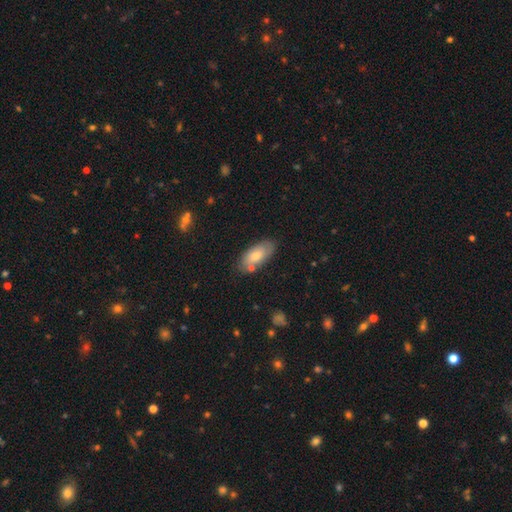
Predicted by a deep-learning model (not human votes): Smooth or featured?
  - smooth: 75% *
  - featured or disk: 19%
  - star or artifact: 6%
How rounded?
  - in between: 88% *
  - cigar-shaped: 9%
  - round: 3%
Merging?
  - none: 74% *
  - minor disturbance: 16%
  - merger: 6%
  - major disturbance: 3%